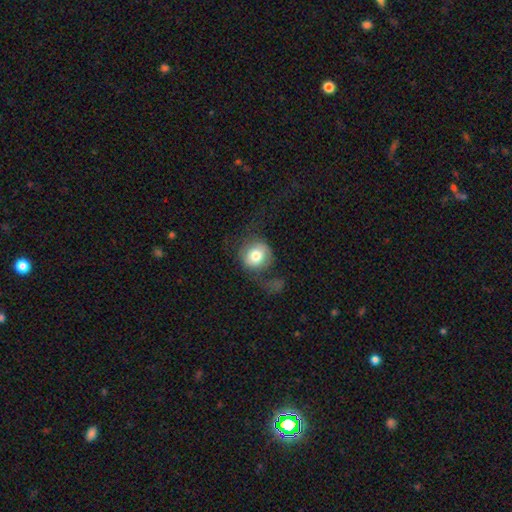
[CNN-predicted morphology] Q: Smooth or featured?
A: smooth (72%); runner-up: featured or disk (20%)
Q: How rounded?
A: round (84%); runner-up: in between (15%)
Q: Merging?
A: none (44%); runner-up: major disturbance (32%)